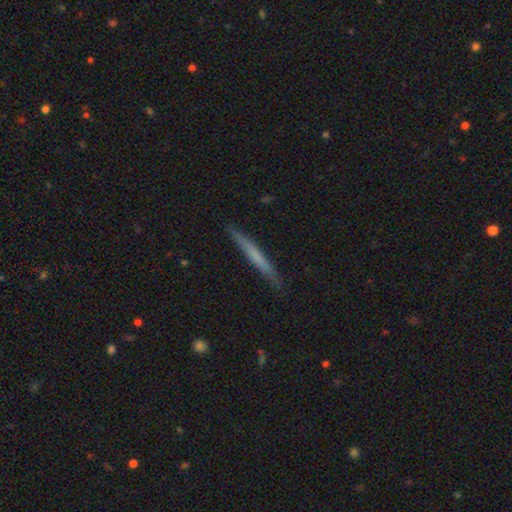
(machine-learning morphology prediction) Smooth or featured? Predicted: smooth (p=0.53). How rounded? Predicted: cigar-shaped (p=0.97). Merging? Predicted: none (p=0.89).